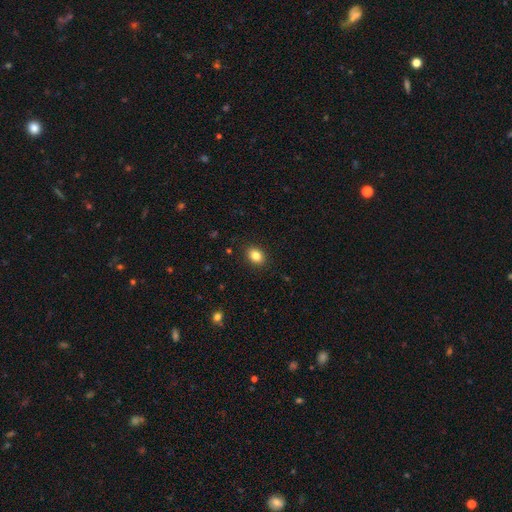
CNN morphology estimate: The model was most divided on "how rounded": in between: 63%, round: 36%, cigar-shaped: 1%. More confident: merging — none (90%); smooth or featured — smooth (85%).